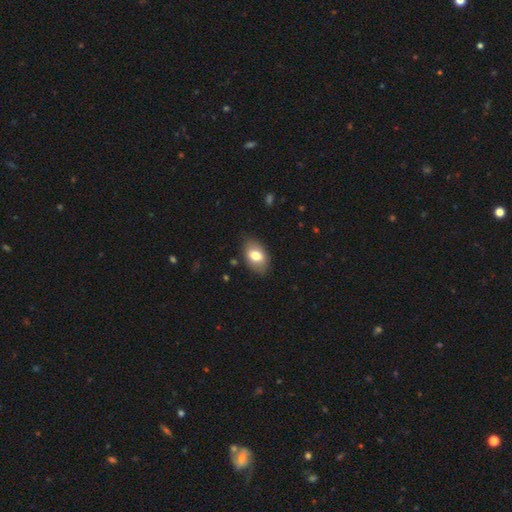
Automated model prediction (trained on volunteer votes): A smooth galaxy with no disk features (75%) that is in between round and cigar-shaped (88%).

Vote fractions:
- Smooth or featured? smooth: 75% / featured or disk: 17% / star or artifact: 7%
- How rounded? in between: 88% / round: 11% / cigar-shaped: 1%
- Merging? none: 82% / minor disturbance: 13% / major disturbance: 3% / merger: 1%